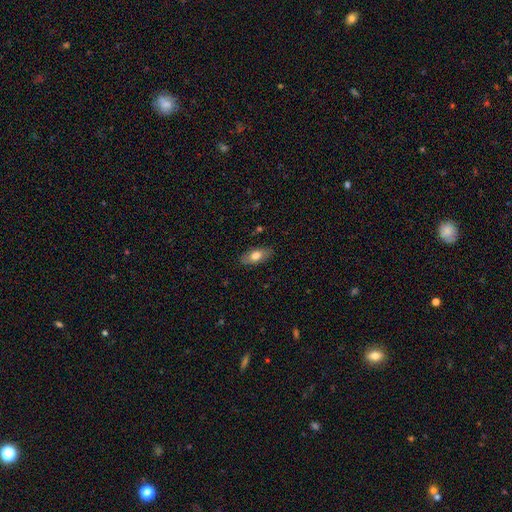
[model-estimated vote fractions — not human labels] This appears to be a smooth galaxy with no disk features (73%) that is in between round and cigar-shaped (86%). Merging: none (85%).